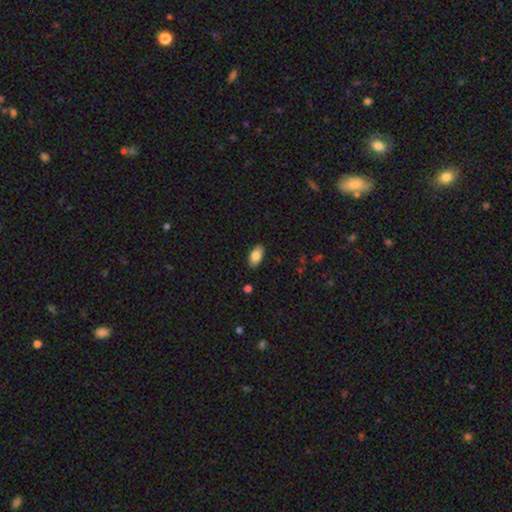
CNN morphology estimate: The model was most divided on "smooth or featured": smooth: 82%, featured or disk: 11%, star or artifact: 7%. More confident: how rounded — in between (92%); merging — none (87%).